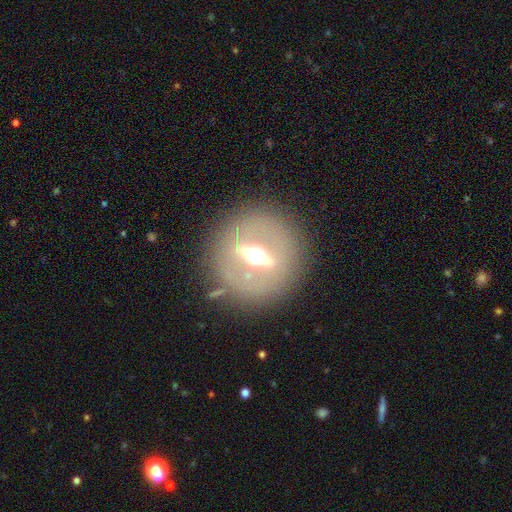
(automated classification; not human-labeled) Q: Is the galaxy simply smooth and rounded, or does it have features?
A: featured or disk — 76%.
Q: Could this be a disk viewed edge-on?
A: yes — 55%.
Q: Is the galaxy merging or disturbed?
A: none — 84%.